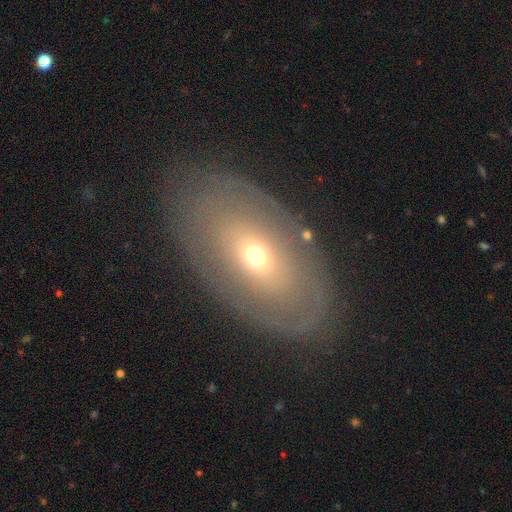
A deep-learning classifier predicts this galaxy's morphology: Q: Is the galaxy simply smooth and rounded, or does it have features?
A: featured or disk — 55%.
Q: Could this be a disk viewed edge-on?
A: no — 89%.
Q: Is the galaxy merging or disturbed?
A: none — 77%.